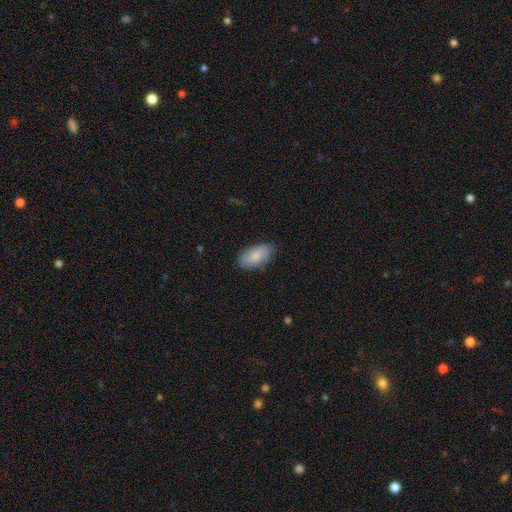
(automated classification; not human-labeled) Overall: smooth (82%). How rounded: in between (94%). Merging: none (78%).